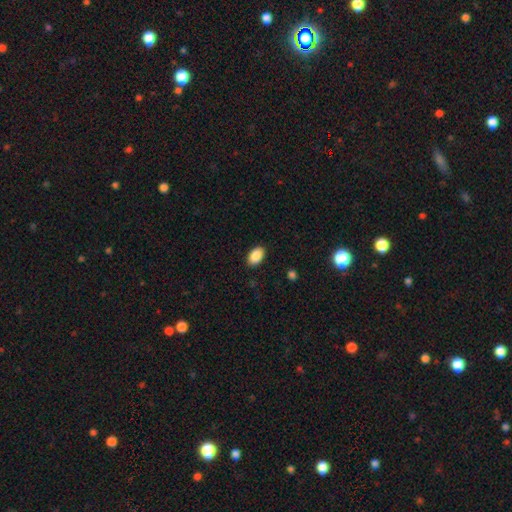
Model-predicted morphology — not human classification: The model was most divided on "merging": none: 89%, minor disturbance: 8%, major disturbance: 2%, merger: 1%. More confident: how rounded — in between (92%); smooth or featured — smooth (89%).